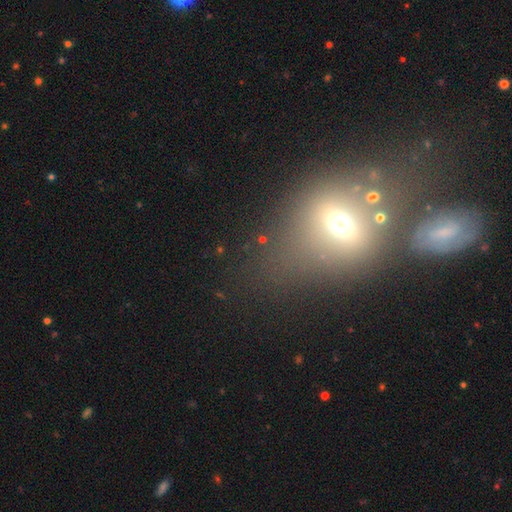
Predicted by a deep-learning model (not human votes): Q: Smooth or featured?
A: smooth (38%); runner-up: star or artifact (32%)
Q: Merging?
A: none (45%); runner-up: merger (26%)